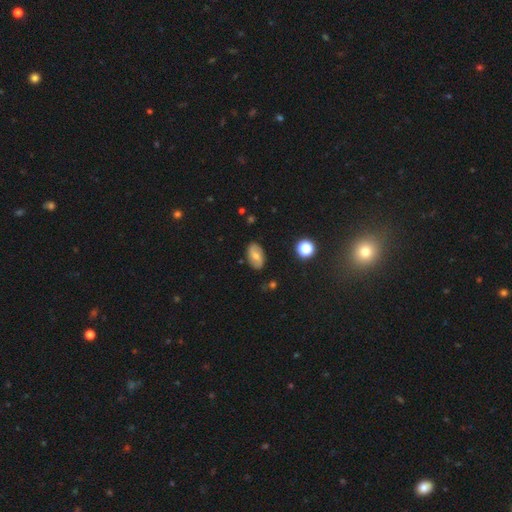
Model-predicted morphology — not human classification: A smooth galaxy with no disk features (59%) that is in between round and cigar-shaped (91%).

Vote fractions:
- Smooth or featured? smooth: 59% / featured or disk: 31% / star or artifact: 10%
- How rounded? in between: 91% / round: 6% / cigar-shaped: 2%
- Merging? none: 84% / minor disturbance: 12% / major disturbance: 3% / merger: 2%